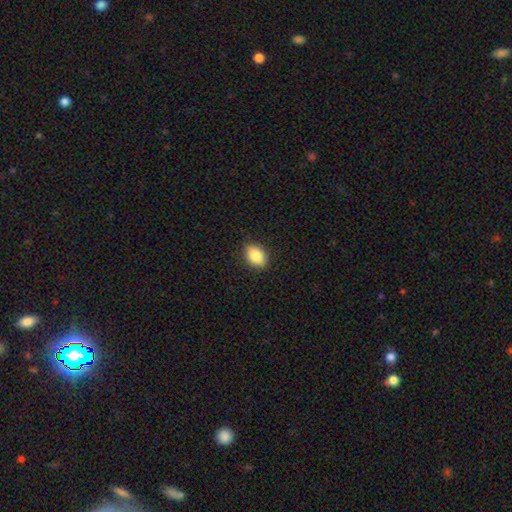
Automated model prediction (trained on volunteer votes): Q: Smooth or featured?
A: smooth (84%); runner-up: featured or disk (8%)
Q: How rounded?
A: in between (83%); runner-up: round (15%)
Q: Merging?
A: none (88%); runner-up: minor disturbance (9%)